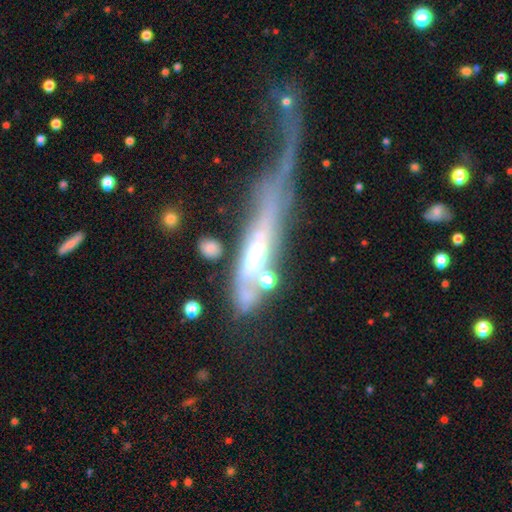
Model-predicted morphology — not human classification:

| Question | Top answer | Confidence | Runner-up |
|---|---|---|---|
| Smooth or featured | featured or disk | 65% | smooth (25%) |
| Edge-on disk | no | 50% | tied: yes (50%) |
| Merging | major disturbance | 48% | merger (28%) |